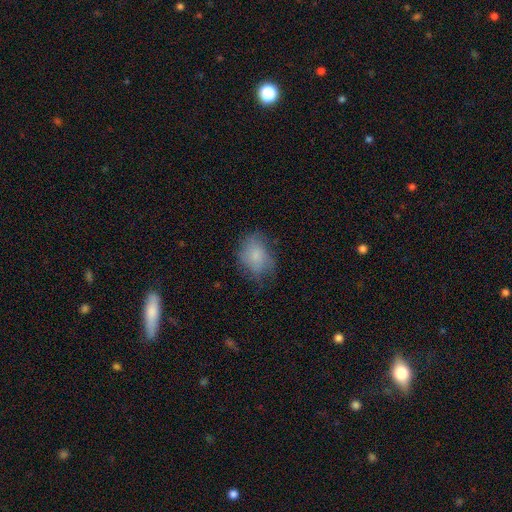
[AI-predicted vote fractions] Q: Smooth or featured?
A: smooth (76%); runner-up: featured or disk (15%)
Q: How rounded?
A: in between (64%); runner-up: round (35%)
Q: Merging?
A: none (59%); runner-up: minor disturbance (28%)